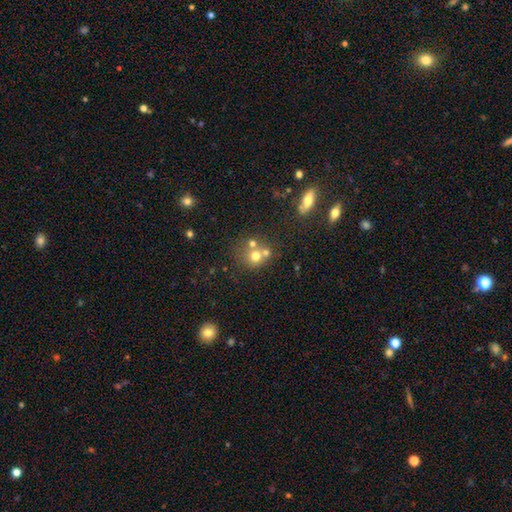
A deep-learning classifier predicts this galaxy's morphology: smooth_or_featured: smooth (p=0.65) [alt: featured or disk p=0.18]
how_rounded: round (p=0.83) [alt: in between p=0.16]
merging: none (p=0.46) [alt: merger p=0.42]